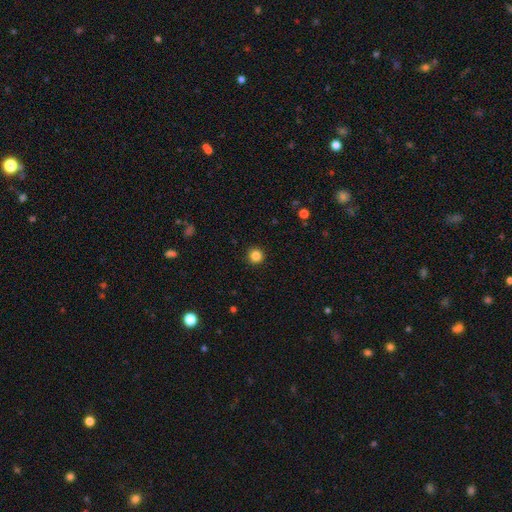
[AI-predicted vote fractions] smooth-or-featured: smooth: 84% | star or artifact: 12% | featured or disk: 4%
  how-rounded: round: 95% | in between: 4% | cigar-shaped: 1%
  merging: none: 92% | minor disturbance: 5% | major disturbance: 2% | merger: 1%